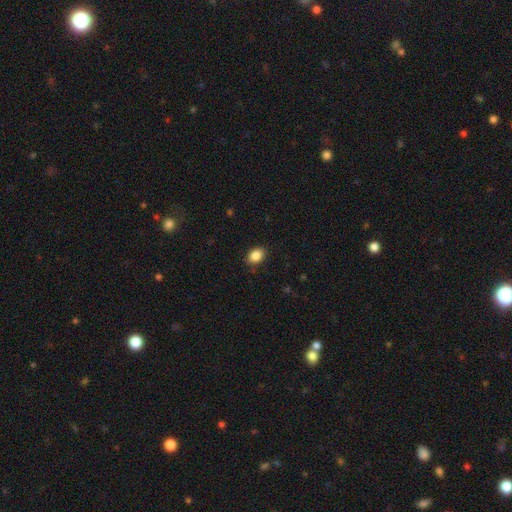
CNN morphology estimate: smooth 87%, star or artifact 9%, featured or disk 4%. Down the decision tree: how rounded — in between (66%); merging — none (87%).